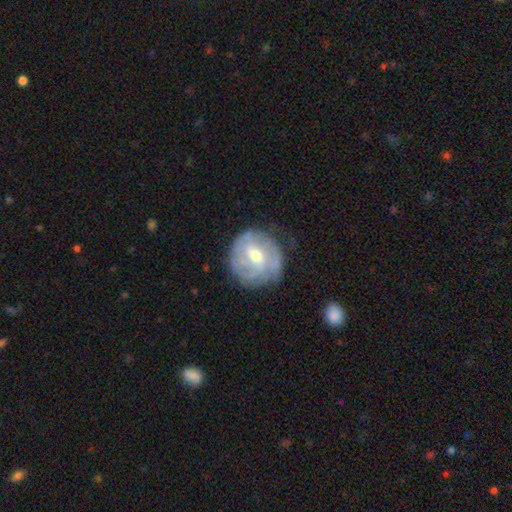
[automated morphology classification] This is likely a featured or disk galaxy (70%). It is clearly not viewed edge-on (97%). Bar: possibly weak (48%). Spiral arm pattern: clearly yes (81%). Spiral arm count: marginally can't tell (44%). Spiral winding: possibly tight (54%). Central bulge: likely moderate (61%). Merging: likely none (68%).